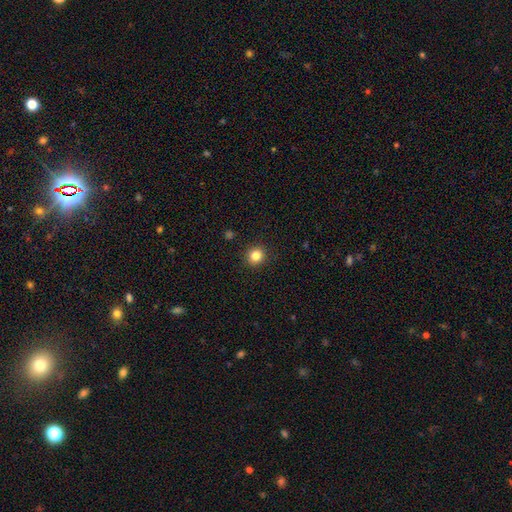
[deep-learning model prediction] smooth 83%, star or artifact 12%, featured or disk 5%. Down the decision tree: how rounded — round (89%); merging — none (92%).